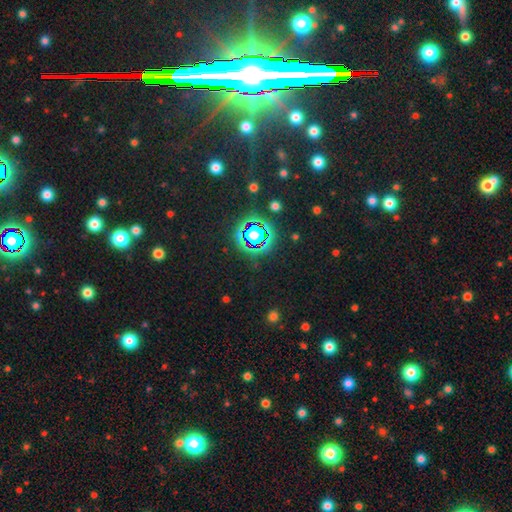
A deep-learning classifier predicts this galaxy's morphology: star or artifact 82%, smooth 10%, featured or disk 8%.